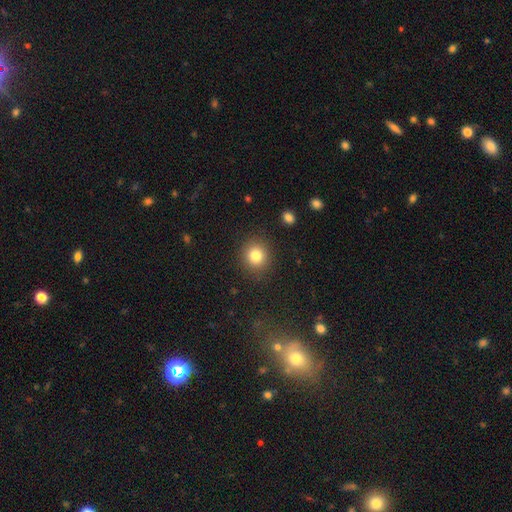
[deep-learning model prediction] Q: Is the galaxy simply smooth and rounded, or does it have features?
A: smooth — 81%.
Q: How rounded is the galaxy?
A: round — 87%.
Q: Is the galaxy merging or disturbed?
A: none — 89%.